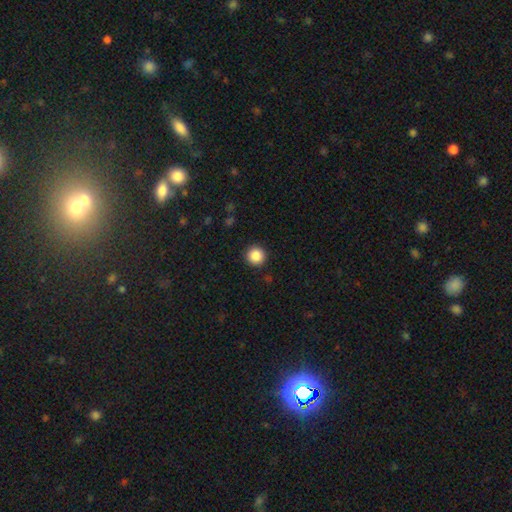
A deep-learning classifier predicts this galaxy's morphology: Smooth or featured?
  - smooth: 87% *
  - star or artifact: 10%
  - featured or disk: 3%
How rounded?
  - round: 96% *
  - in between: 3%
  - cigar-shaped: 1%
Merging?
  - none: 92% *
  - minor disturbance: 5%
  - major disturbance: 2%
  - merger: 1%